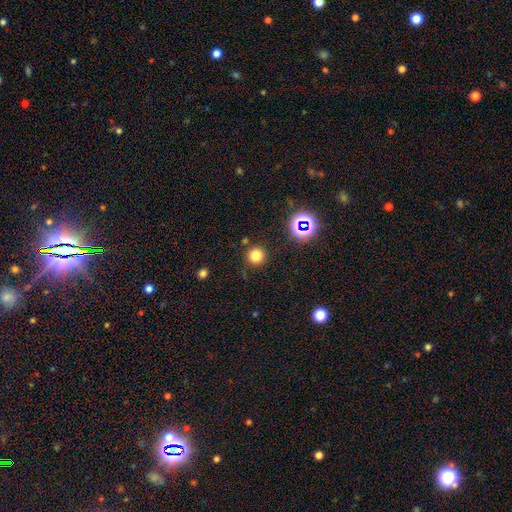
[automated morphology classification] This appears to be a smooth galaxy with no disk features (77%) that is round (95%). Merging: none (85%).